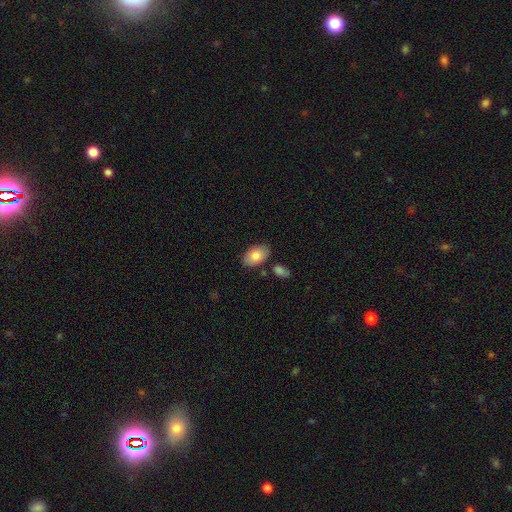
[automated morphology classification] smooth_or_featured: smooth (p=0.83) [alt: featured or disk p=0.11]
how_rounded: in between (p=0.92) [alt: round p=0.07]
merging: none (p=0.80) [alt: minor disturbance p=0.12]